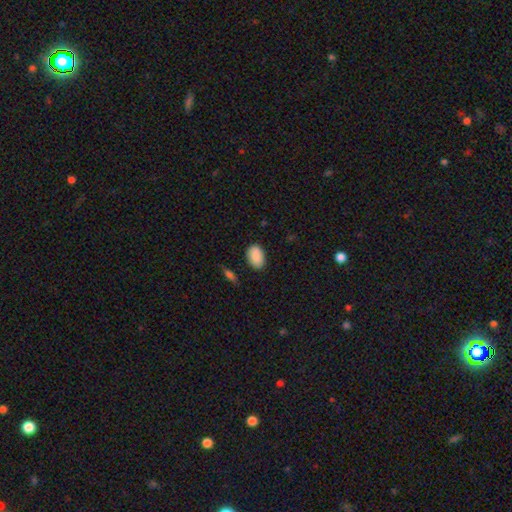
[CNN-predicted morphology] This is clearly a smooth galaxy (89%). How rounded: clearly in between (89%). Merging: clearly none (83%).